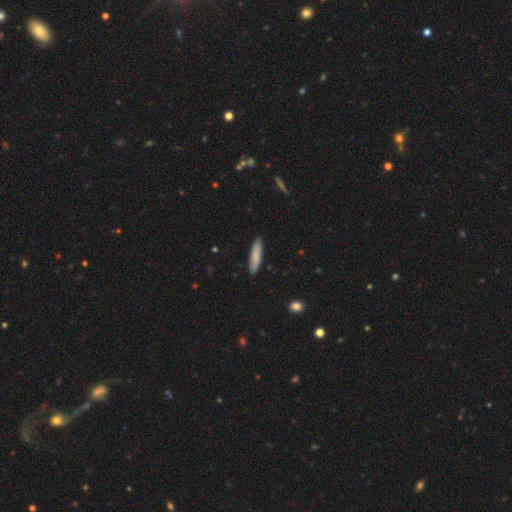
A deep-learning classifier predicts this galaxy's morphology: A smooth galaxy with no disk features (82%) that is cigar-shaped (80%). Merging: none (90%).